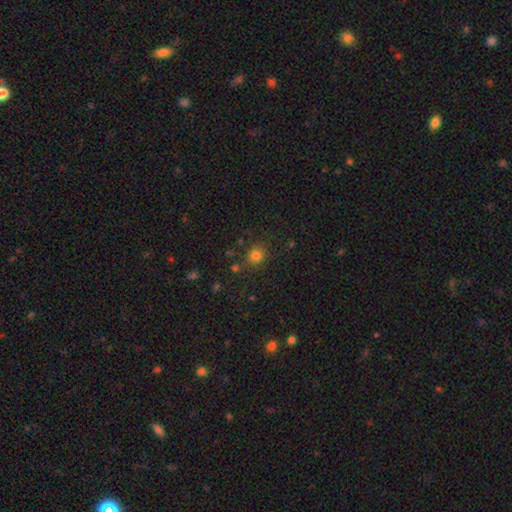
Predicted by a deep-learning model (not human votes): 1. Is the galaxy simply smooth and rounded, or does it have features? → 78% smooth, 16% star or artifact, 6% featured or disk.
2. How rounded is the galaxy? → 83% round, 16% in between, 1% cigar-shaped.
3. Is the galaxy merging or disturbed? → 82% none, 10% minor disturbance, 4% merger, 4% major disturbance.